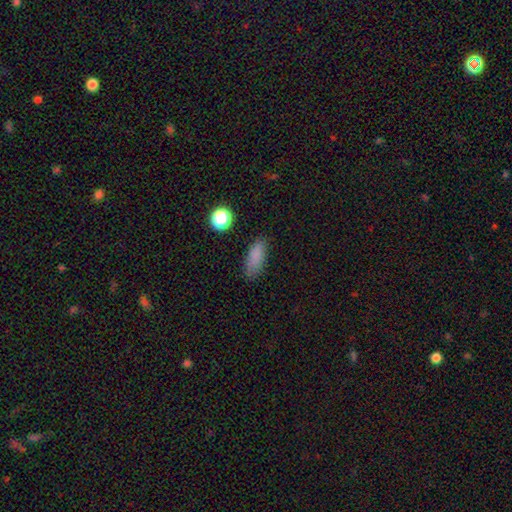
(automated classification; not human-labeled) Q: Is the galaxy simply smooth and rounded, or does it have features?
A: smooth — 84%.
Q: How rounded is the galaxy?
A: in between — 71%.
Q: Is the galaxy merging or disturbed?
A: none — 78%.